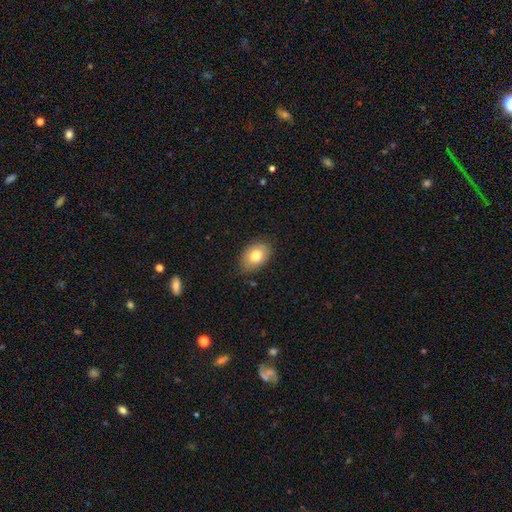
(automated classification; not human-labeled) smooth_or_featured: smooth (p=0.79) [alt: featured or disk p=0.13]
how_rounded: in between (p=0.82) [alt: round p=0.16]
merging: none (p=0.81) [alt: minor disturbance p=0.15]